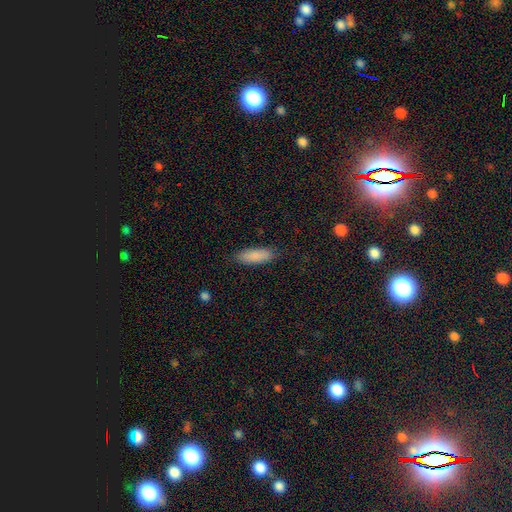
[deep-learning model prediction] Smooth or featured?
  - smooth: 88% *
  - featured or disk: 6%
  - star or artifact: 6%
How rounded?
  - in between: 61% *
  - cigar-shaped: 37%
  - round: 2%
Merging?
  - none: 86% *
  - minor disturbance: 10%
  - major disturbance: 2%
  - merger: 1%